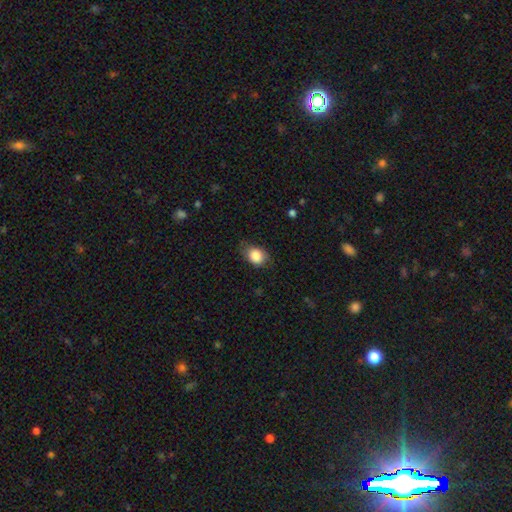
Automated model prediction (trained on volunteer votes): The model was most divided on "how rounded": in between: 62%, round: 37%, cigar-shaped: 1%. More confident: smooth or featured — smooth (85%); merging — none (66%).